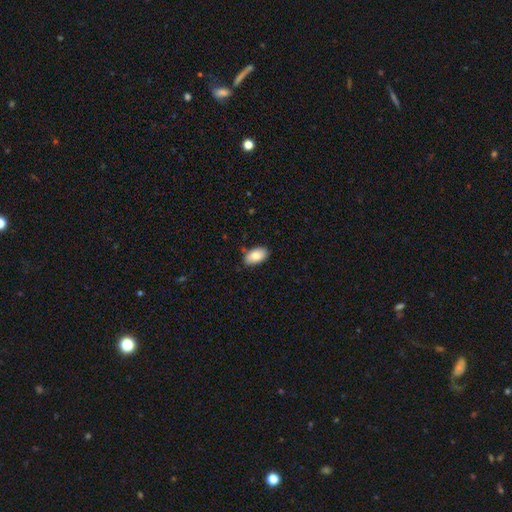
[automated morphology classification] A smooth galaxy with no disk features (81%) that is in between round and cigar-shaped (94%).

Vote fractions:
- Smooth or featured? smooth: 81% / featured or disk: 12% / star or artifact: 7%
- How rounded? in between: 94% / round: 4% / cigar-shaped: 2%
- Merging? none: 80% / minor disturbance: 15% / major disturbance: 2% / merger: 2%